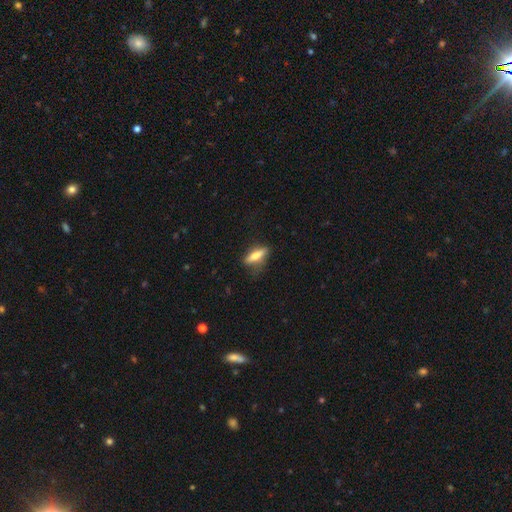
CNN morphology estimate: Overall: smooth (60%; featured or disk 34%). How rounded: cigar-shaped (57%; in between 40%). Merging: none (70%).